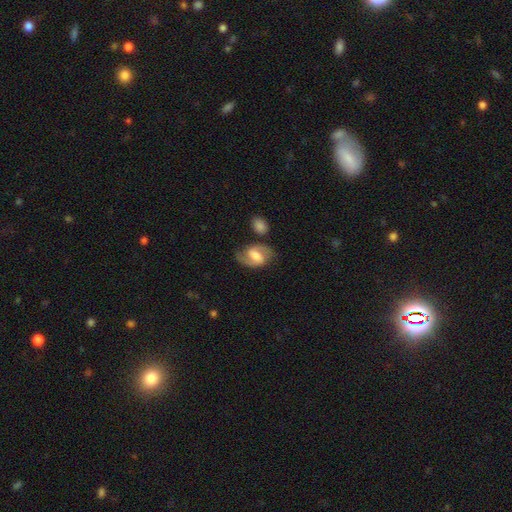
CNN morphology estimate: featured or disk 70%, smooth 24%, star or artifact 6%. Down the decision tree: edge-on disk — no (96%); bar — weak (48%); spiral arms — yes (89%); spiral arm count — 2 (88%); spiral winding — medium (52%); bulge size — moderate (52%); merging — none (71%).